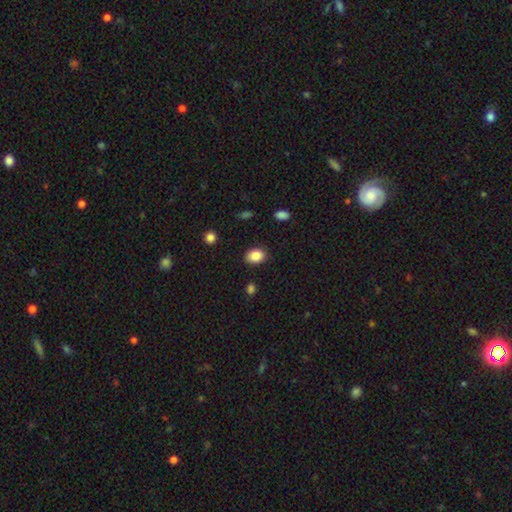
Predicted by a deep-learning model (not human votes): smooth_or_featured: smooth (p=0.87) [alt: star or artifact p=0.08]
how_rounded: in between (p=0.73) [alt: round p=0.26]
merging: none (p=0.87) [alt: minor disturbance p=0.09]